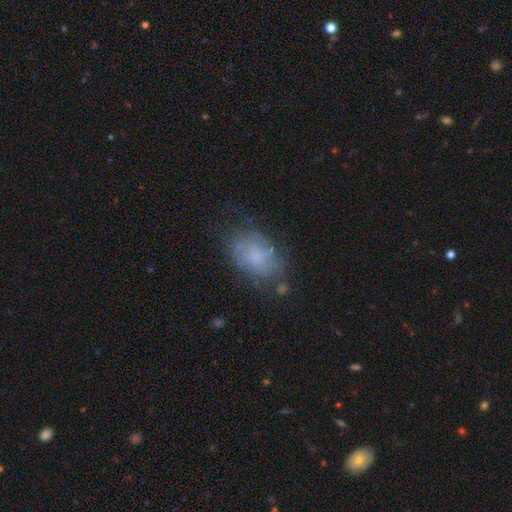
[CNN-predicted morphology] Smooth or featured? smooth (50%)
Merging? none (61%)